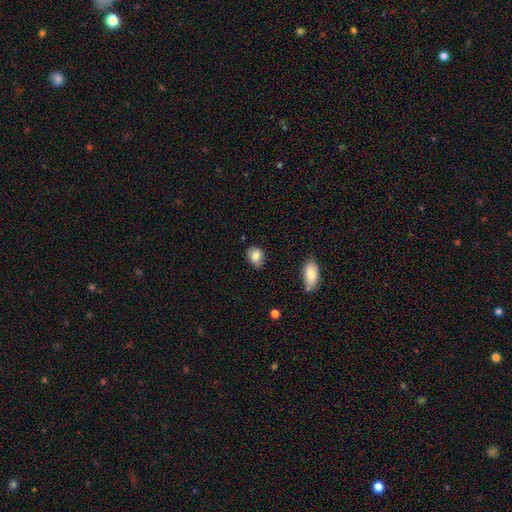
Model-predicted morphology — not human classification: The model was most divided on "how rounded": in between: 57%, round: 42%, cigar-shaped: 1%. More confident: smooth or featured — smooth (81%); merging — none (65%).